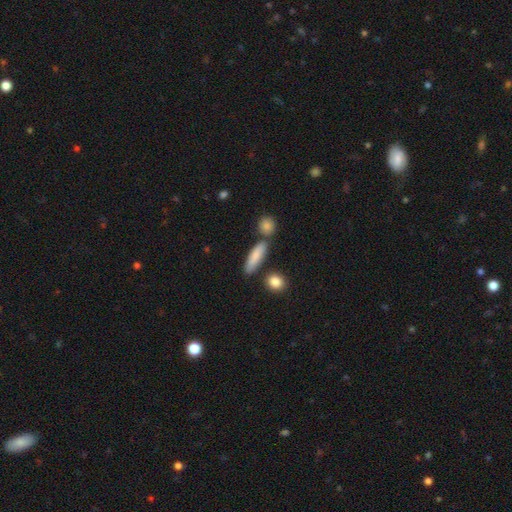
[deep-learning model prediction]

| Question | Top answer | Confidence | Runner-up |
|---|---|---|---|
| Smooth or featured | smooth | 83% | featured or disk (11%) |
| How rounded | cigar-shaped | 57% | in between (39%) |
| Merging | none | 74% | minor disturbance (12%) |